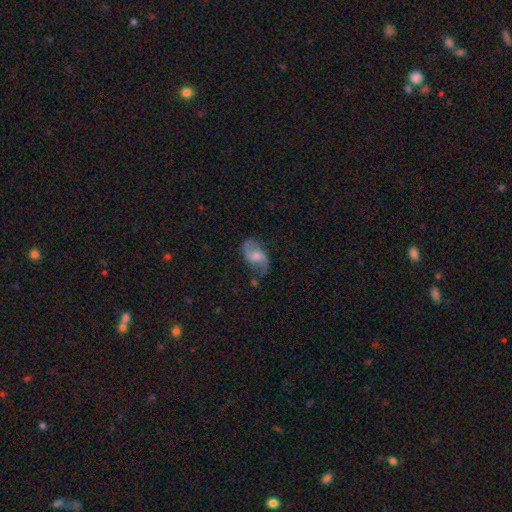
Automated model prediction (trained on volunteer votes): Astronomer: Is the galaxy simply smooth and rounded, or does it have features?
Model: featured or disk — 81%.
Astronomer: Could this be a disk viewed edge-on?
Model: no — 97%.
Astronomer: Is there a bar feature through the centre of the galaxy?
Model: weak — 46% (runner-up: no, 43%).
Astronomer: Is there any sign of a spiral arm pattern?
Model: yes — 95%.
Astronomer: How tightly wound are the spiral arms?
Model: loose — 63%.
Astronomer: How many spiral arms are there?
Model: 2 — 92%.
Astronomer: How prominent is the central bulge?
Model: moderate — 48% (runner-up: small, 33%).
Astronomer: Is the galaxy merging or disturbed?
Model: none — 75%.